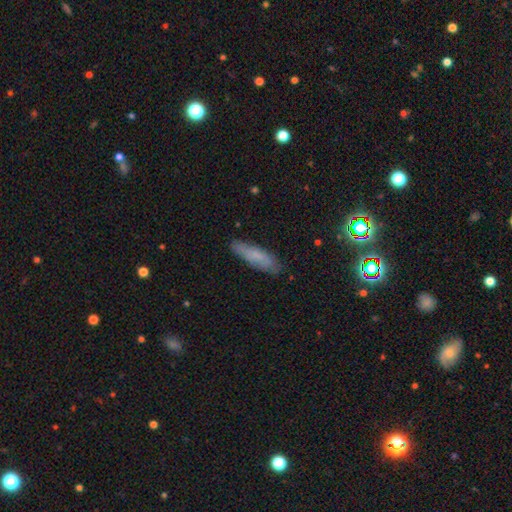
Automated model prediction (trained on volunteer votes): smooth 68%, featured or disk 22%, star or artifact 10%. Down the decision tree: how rounded — cigar-shaped (67%); merging — none (81%).